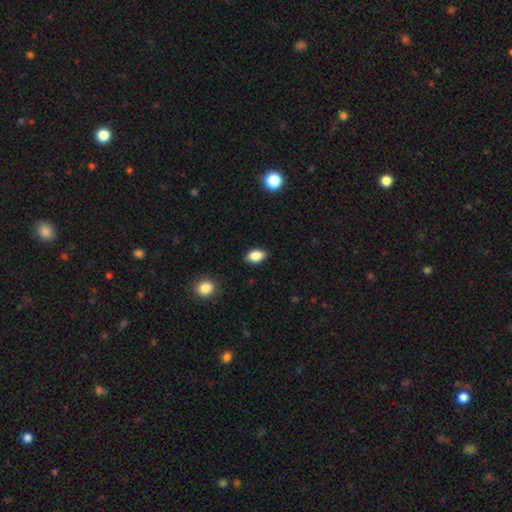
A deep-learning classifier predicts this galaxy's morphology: A smooth galaxy with no disk features (84%) that is in between round and cigar-shaped (88%). Merging: none (86%).